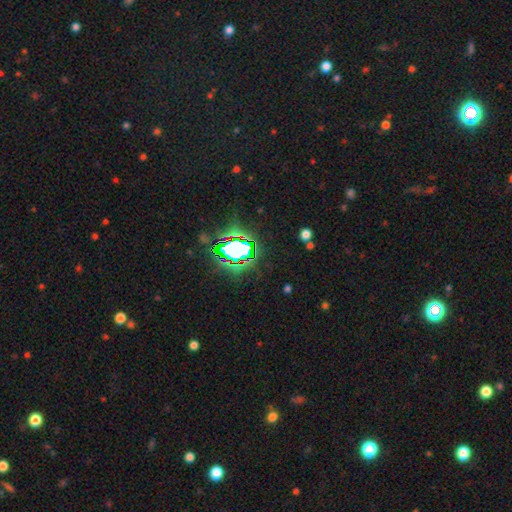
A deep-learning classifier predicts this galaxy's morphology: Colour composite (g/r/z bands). It shows a star or artifact, not a galaxy (81%).